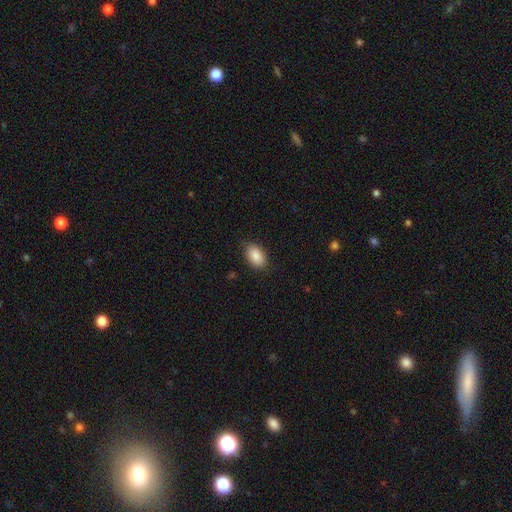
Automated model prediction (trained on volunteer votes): smooth-or-featured: smooth: 89% | star or artifact: 7% | featured or disk: 5%
  how-rounded: in between: 92% | round: 6% | cigar-shaped: 1%
  merging: none: 84% | minor disturbance: 12% | major disturbance: 3% | merger: 1%